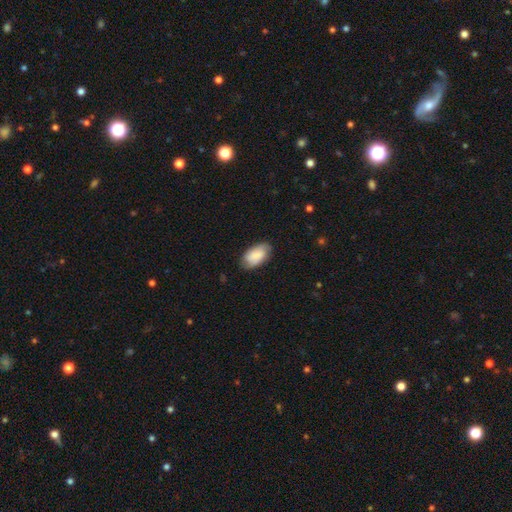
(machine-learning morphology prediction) This appears to be a smooth galaxy with no disk features (80%) that is in between round and cigar-shaped (95%). Merging: none (80%).